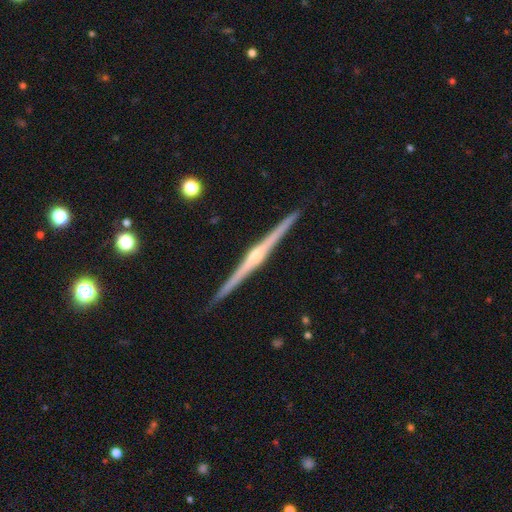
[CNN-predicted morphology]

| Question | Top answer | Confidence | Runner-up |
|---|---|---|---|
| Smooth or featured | featured or disk | 87% | smooth (8%) |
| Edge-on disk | yes | 99% | no (1%) |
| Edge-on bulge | rounded | 81% | none (10%) |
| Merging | none | 93% | minor disturbance (5%) |